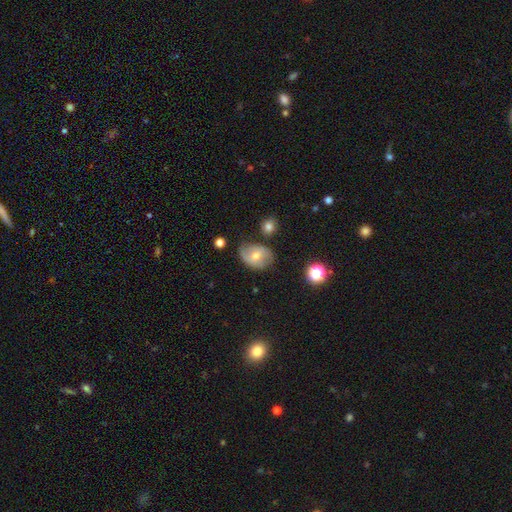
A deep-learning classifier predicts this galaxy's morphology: Smooth or featured? Predicted: smooth (p=0.49). Merging? Predicted: none (p=0.64).